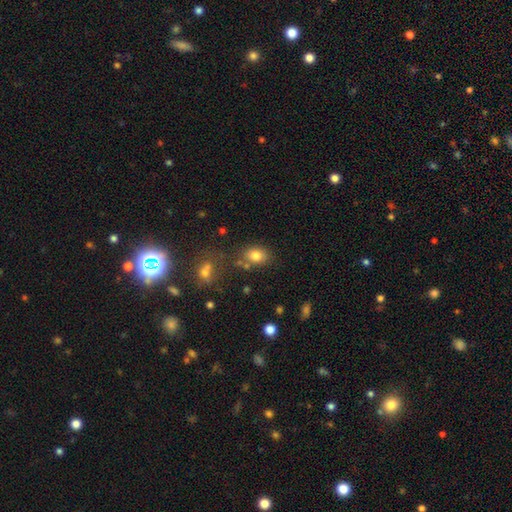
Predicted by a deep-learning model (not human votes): Smooth or featured?
  - smooth: 81% *
  - star or artifact: 11%
  - featured or disk: 8%
How rounded?
  - in between: 64% *
  - round: 35%
  - cigar-shaped: 1%
Merging?
  - none: 70% *
  - minor disturbance: 15%
  - merger: 10%
  - major disturbance: 5%